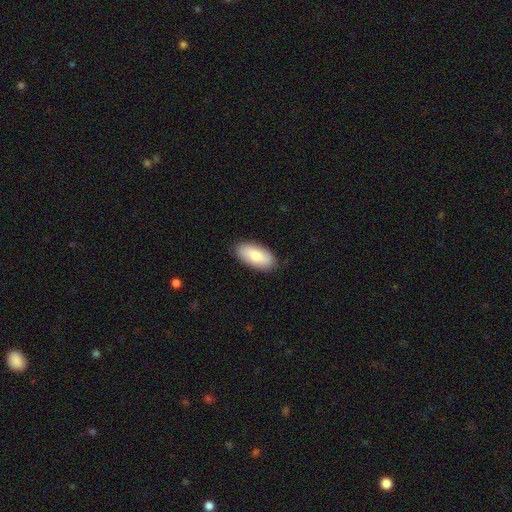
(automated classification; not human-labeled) Smooth or featured: smooth — 76% (featured or disk — 18%)
How rounded: in between — 92% (cigar-shaped — 6%)
Merging: none — 88% (minor disturbance — 10%)